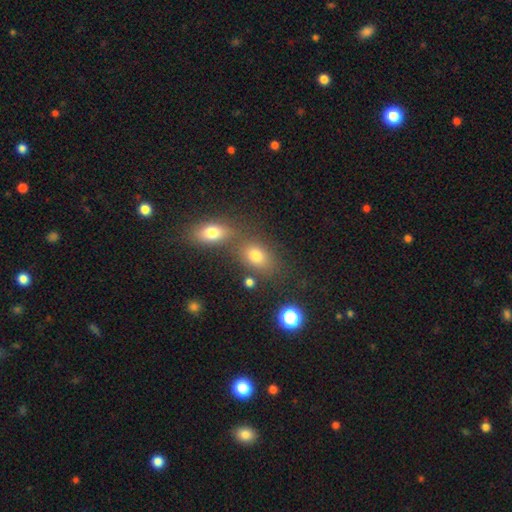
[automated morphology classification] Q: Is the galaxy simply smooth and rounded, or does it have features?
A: smooth — 75%.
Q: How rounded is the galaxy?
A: in between — 73%.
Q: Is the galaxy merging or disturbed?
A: none — 58%.